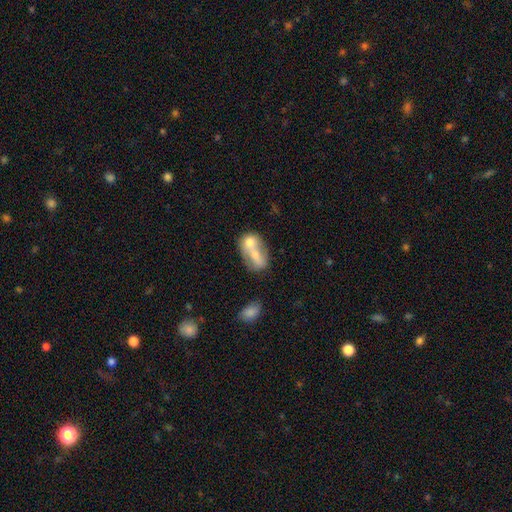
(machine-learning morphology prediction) This appears to be a smooth galaxy with no disk features (63%) that is in between round and cigar-shaped (72%). Merging: merger (69%).